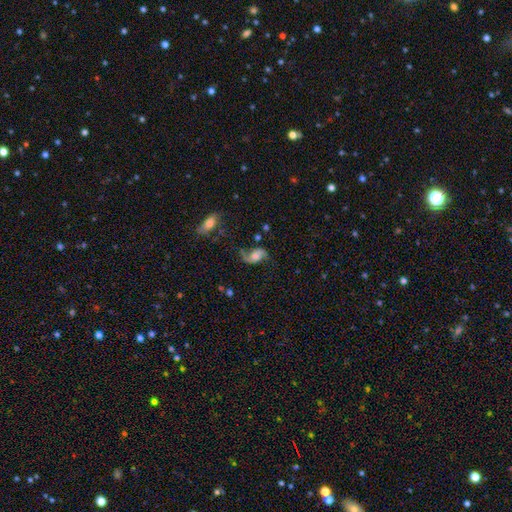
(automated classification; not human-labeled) This appears to be a featured or disk galaxy (72%) with no bar (62%), 2 (89%) loose (67%) spiral arms (93%) and a moderate central bulge (36%). Merging: none (60%).